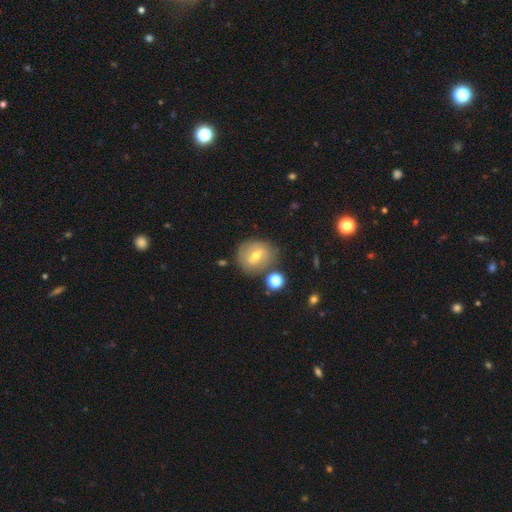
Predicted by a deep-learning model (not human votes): A smooth galaxy with no disk features (45%, tied with featured or disk). Merging: none (73%).